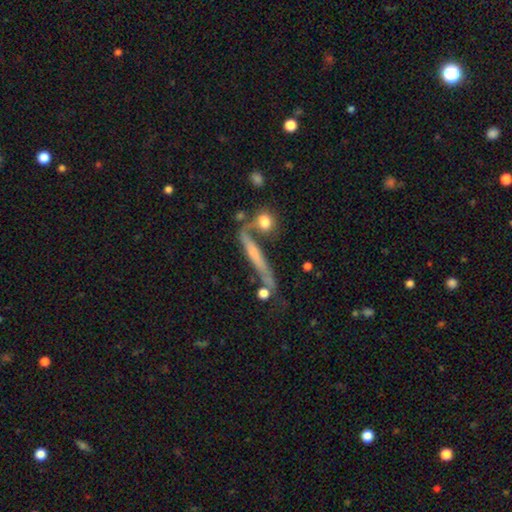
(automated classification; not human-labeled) smooth_or_featured: featured or disk (p=0.58) [alt: smooth p=0.30]
disk_edge_on: yes (p=0.86) [alt: no p=0.14]
merging: none (p=0.65) [alt: minor disturbance p=0.16]